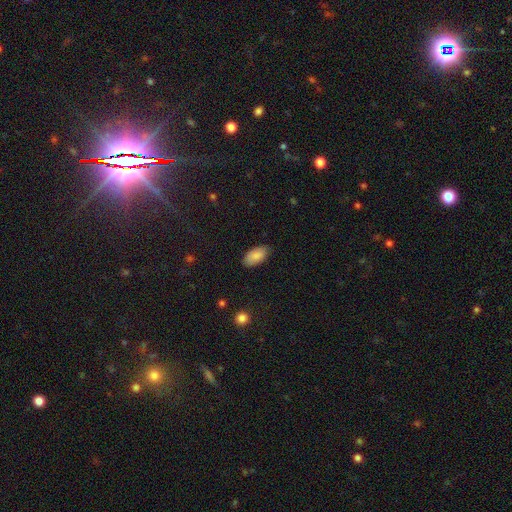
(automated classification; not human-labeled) Smooth or featured: smooth — 88% (star or artifact — 7%)
How rounded: in between — 94% (cigar-shaped — 4%)
Merging: none — 83% (minor disturbance — 13%)